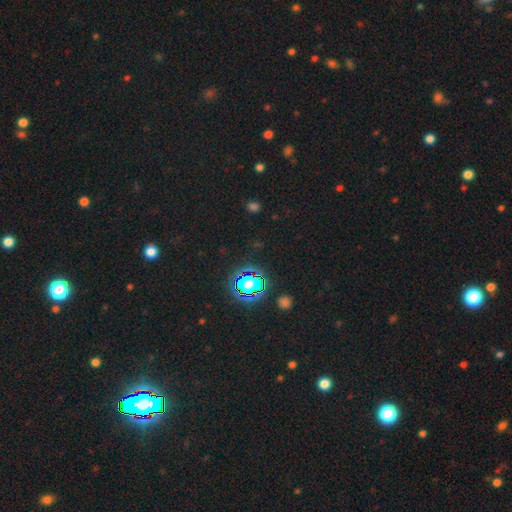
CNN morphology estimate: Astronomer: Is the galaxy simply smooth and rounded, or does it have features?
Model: star or artifact — 81%.